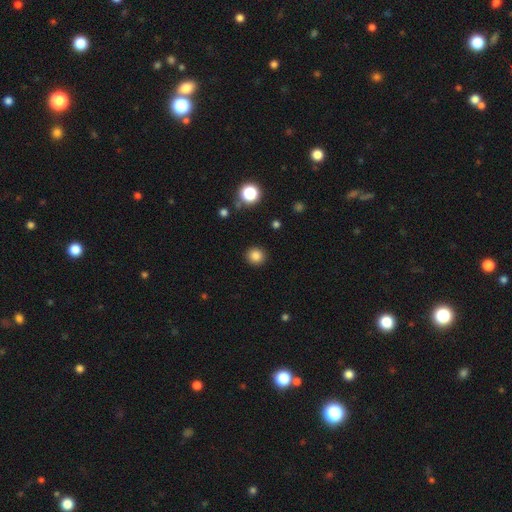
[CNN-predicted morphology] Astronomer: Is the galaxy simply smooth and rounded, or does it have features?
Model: smooth — 84%.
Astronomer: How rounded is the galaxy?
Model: round — 91%.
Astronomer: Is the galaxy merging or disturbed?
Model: none — 91%.